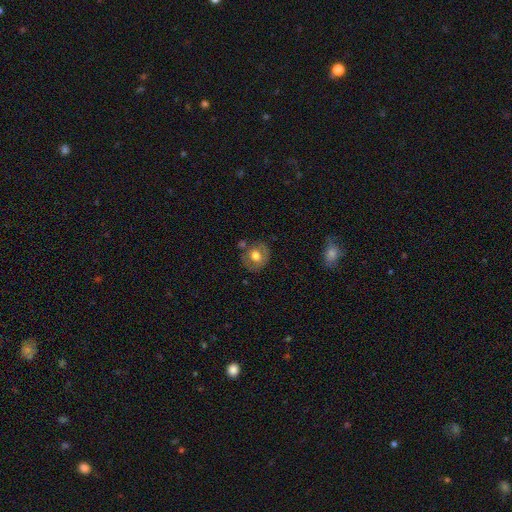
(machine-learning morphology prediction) type=smooth (59%); roundness=round (79%); merging=none (72%).